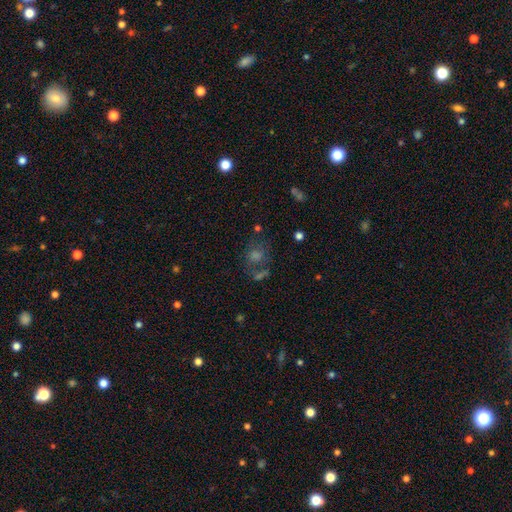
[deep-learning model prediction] Smooth or featured?
  - smooth: 42% *
  - star or artifact: 32%
  - featured or disk: 26%
Merging?
  - none: 57% *
  - merger: 16%
  - minor disturbance: 15%
  - major disturbance: 11%